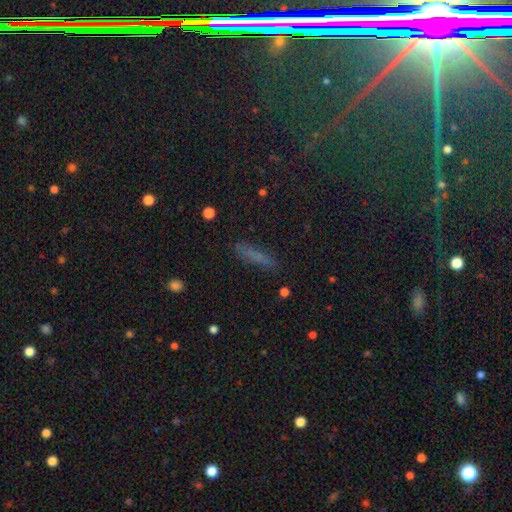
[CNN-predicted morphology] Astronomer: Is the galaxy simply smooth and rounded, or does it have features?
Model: smooth — 64%.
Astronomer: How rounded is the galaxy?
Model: cigar-shaped — 83%.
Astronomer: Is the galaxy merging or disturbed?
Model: none — 82%.